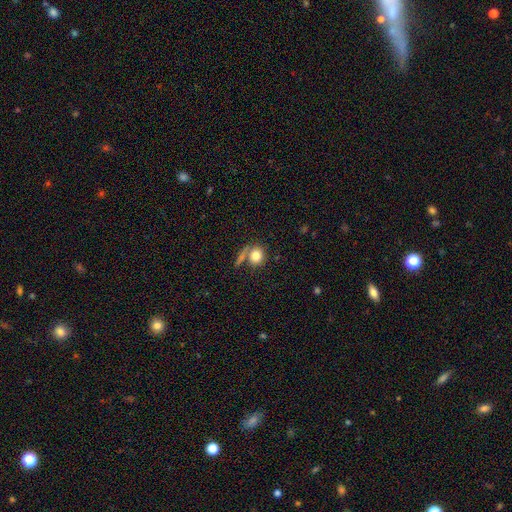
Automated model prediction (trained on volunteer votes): smooth_or_featured: smooth (p=0.80) [alt: featured or disk p=0.12]
how_rounded: round (p=0.77) [alt: in between p=0.21]
merging: none (p=0.57) [alt: merger p=0.23]